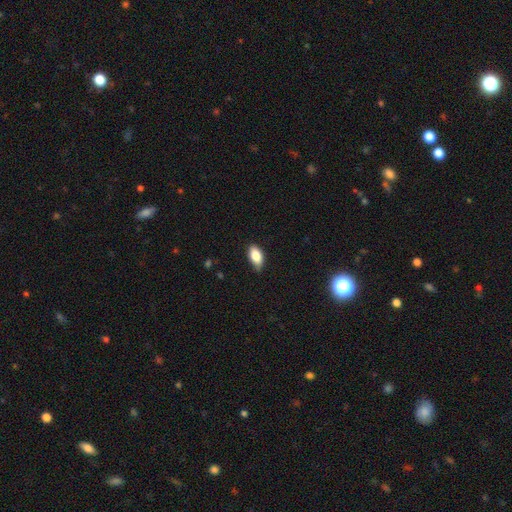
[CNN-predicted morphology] type=smooth (84%); roundness=in between (92%); merging=none (72%).